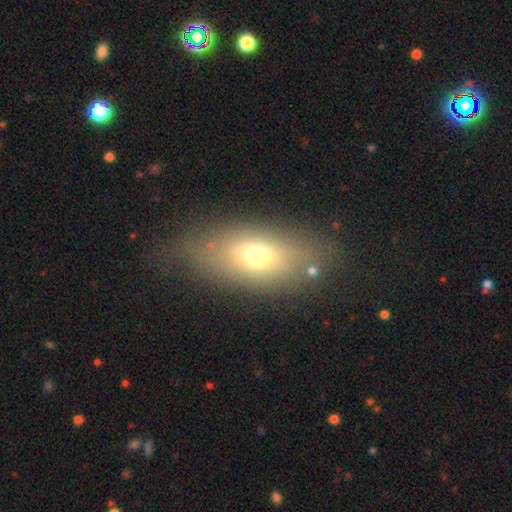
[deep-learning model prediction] Smooth or featured? smooth (64%)
How rounded? in between (80%)
Merging? none (74%)